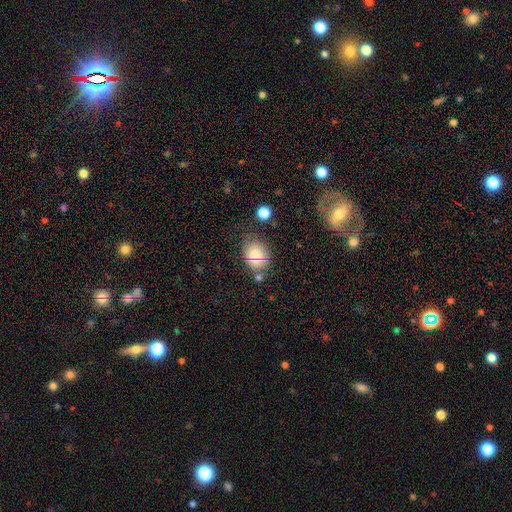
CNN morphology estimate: smooth_or_featured: smooth (p=0.77) [alt: featured or disk p=0.13]
how_rounded: in between (p=0.54) [alt: round p=0.45]
merging: none (p=0.61) [alt: minor disturbance p=0.23]